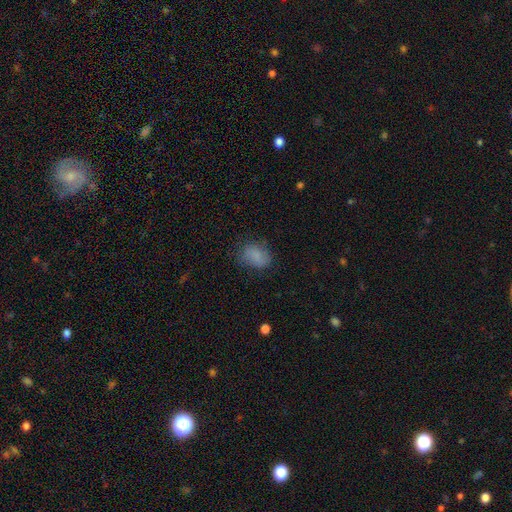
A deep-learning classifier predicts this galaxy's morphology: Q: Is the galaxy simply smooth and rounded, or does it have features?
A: smooth — 80%.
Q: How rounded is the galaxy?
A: in between — 69%.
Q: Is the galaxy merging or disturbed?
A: none — 69%.